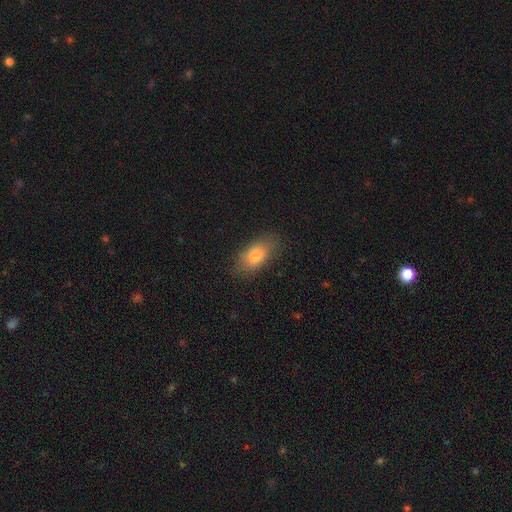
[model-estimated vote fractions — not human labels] Smooth or featured: smooth — 80% (featured or disk — 12%)
How rounded: in between — 86% (cigar-shaped — 7%)
Merging: none — 80% (minor disturbance — 15%)